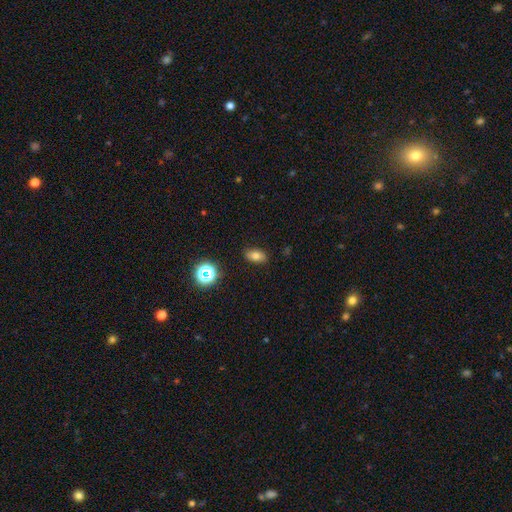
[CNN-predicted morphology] Q: Smooth or featured?
A: smooth (74%); runner-up: star or artifact (14%)
Q: How rounded?
A: in between (86%); runner-up: round (10%)
Q: Merging?
A: none (87%); runner-up: minor disturbance (9%)